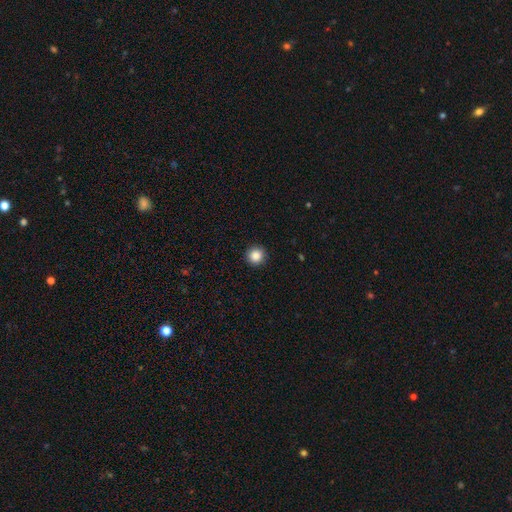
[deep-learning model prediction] smooth-or-featured: smooth: 87% | star or artifact: 10% | featured or disk: 4%
  how-rounded: round: 95% | in between: 4% | cigar-shaped: 1%
  merging: none: 92% | minor disturbance: 5% | major disturbance: 2% | merger: 1%